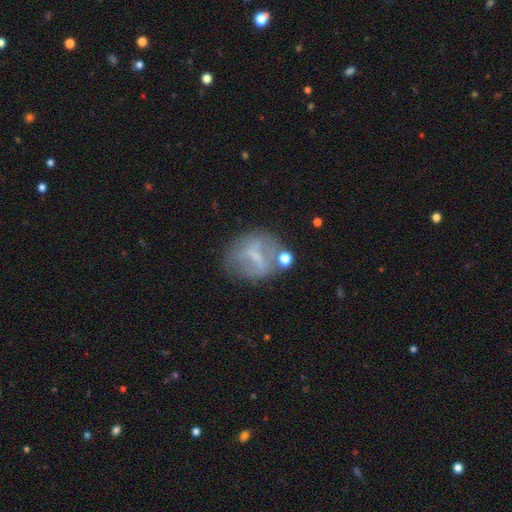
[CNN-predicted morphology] smooth-or-featured: featured or disk: 51% | smooth: 35% | star or artifact: 14%
  disk-edge-on: no: 91% | yes: 9%
  merging: none: 58% | minor disturbance: 21% | major disturbance: 13% | merger: 9%